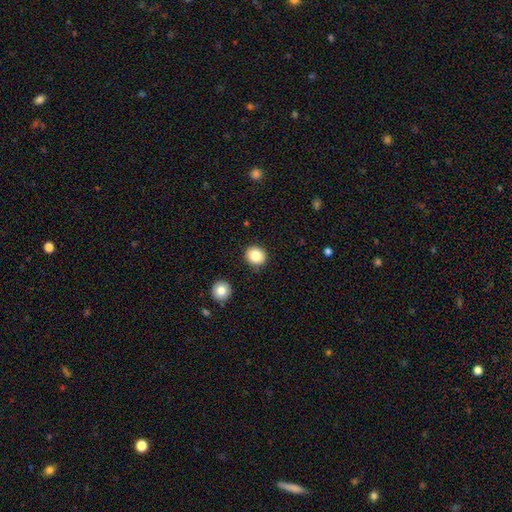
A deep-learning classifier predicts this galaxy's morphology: A smooth galaxy with no disk features (85%) that is round (82%).

Vote fractions:
- Smooth or featured? smooth: 85% / star or artifact: 9% / featured or disk: 6%
- How rounded? round: 82% / in between: 17% / cigar-shaped: 1%
- Merging? none: 89% / minor disturbance: 7% / major disturbance: 2% / merger: 2%